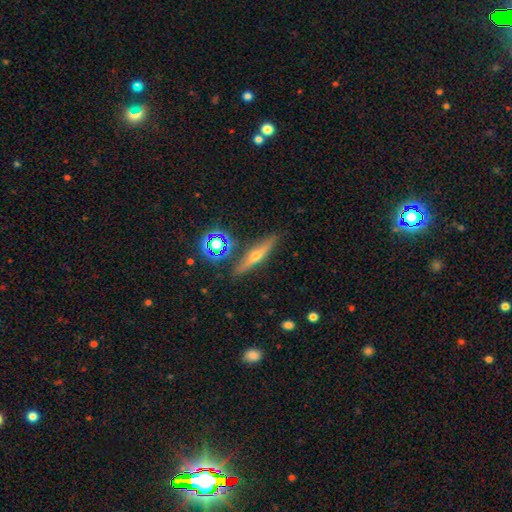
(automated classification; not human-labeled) Morphology: type=featured or disk (60%); edge-on=yes (94%); edge-on bulge=rounded (90%); merging=none (87%).